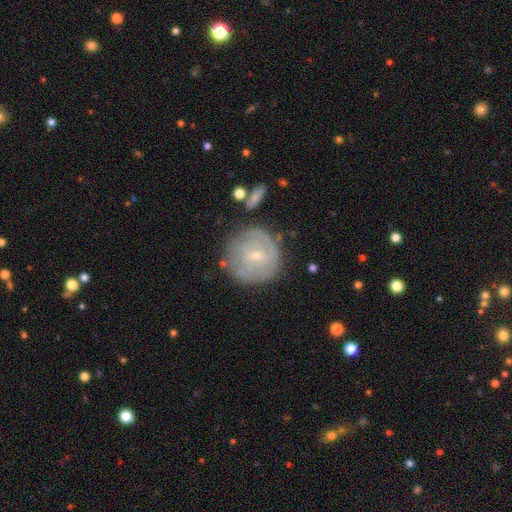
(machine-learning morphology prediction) The model was most divided on "bar": no: 58%, weak: 35%, strong: 7%. More confident: edge-on disk — no (96%); bulge size — small (73%); merging — none (68%); spiral arms — yes (64%); smooth or featured — featured or disk (60%).